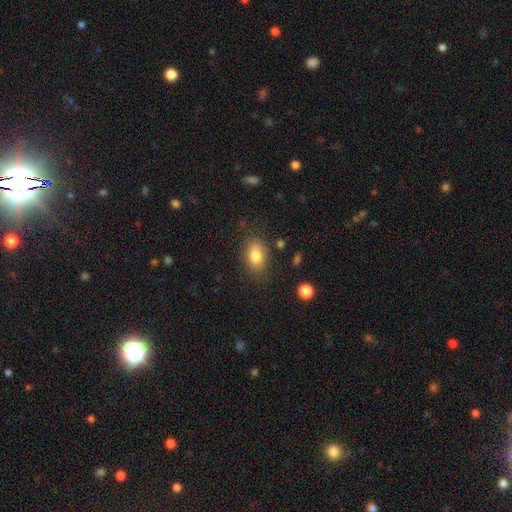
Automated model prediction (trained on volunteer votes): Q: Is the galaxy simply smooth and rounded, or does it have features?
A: smooth — 81%.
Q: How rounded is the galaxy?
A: in between — 79%.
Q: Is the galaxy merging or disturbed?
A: none — 75%.